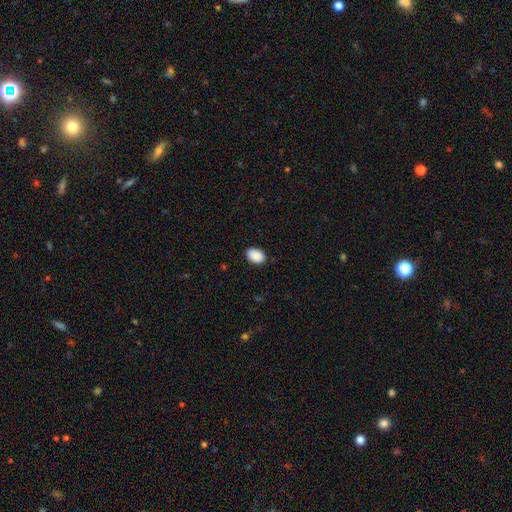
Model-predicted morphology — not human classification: Smooth or featured?
  - smooth: 91% *
  - star or artifact: 7%
  - featured or disk: 2%
How rounded?
  - in between: 85% *
  - round: 14%
  - cigar-shaped: 1%
Merging?
  - none: 88% *
  - minor disturbance: 9%
  - major disturbance: 2%
  - merger: 1%